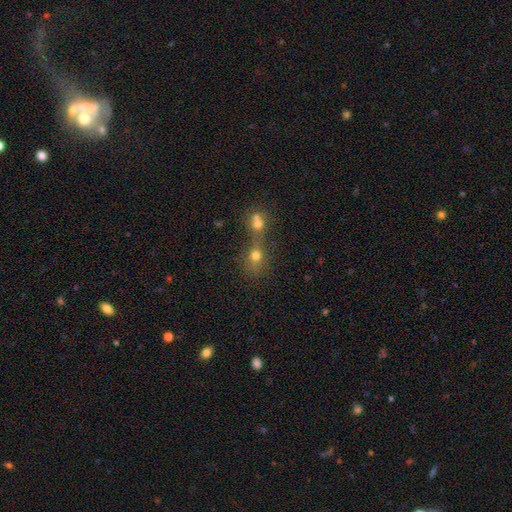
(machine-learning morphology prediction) A smooth galaxy with no disk features (67%) that is round (74%). Merging: merger (58%).